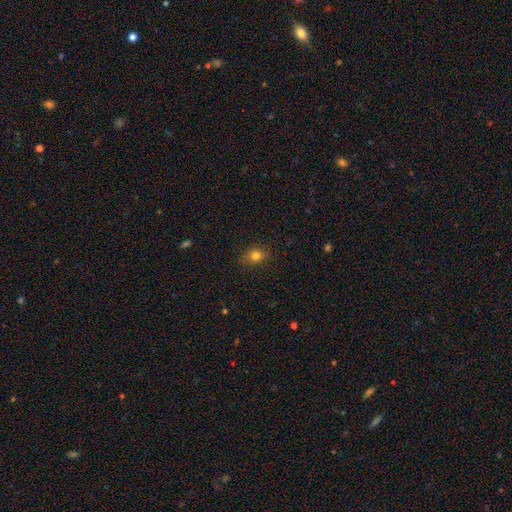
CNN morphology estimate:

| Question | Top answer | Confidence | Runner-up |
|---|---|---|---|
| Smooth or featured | smooth | 79% | star or artifact (13%) |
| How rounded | in between | 58% | round (40%) |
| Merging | none | 84% | minor disturbance (12%) |